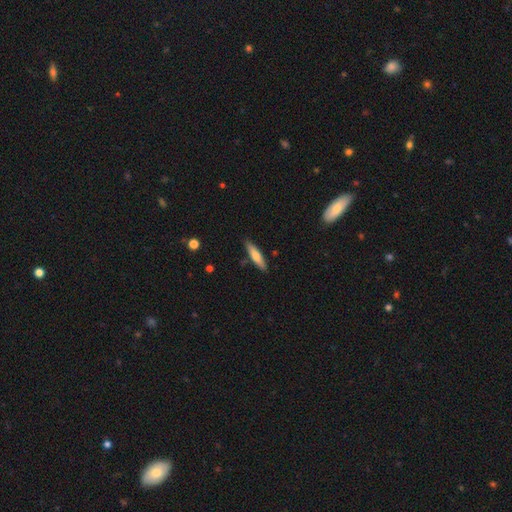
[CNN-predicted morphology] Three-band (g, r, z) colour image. It shows a smooth galaxy with no disk features (65%) that is cigar-shaped (78%). Merging: none (86%).